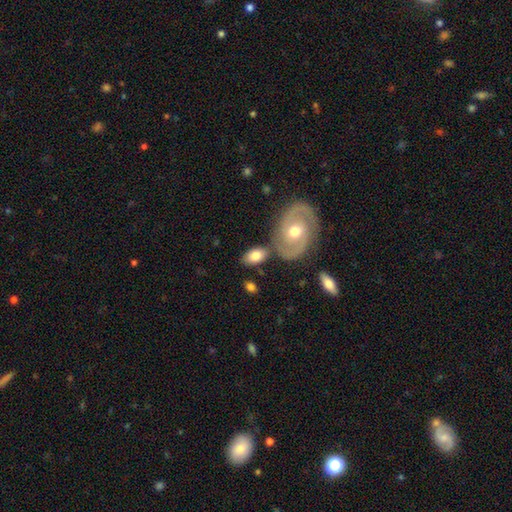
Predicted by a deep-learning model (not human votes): Smooth or featured?
  - smooth: 70% *
  - featured or disk: 24%
  - star or artifact: 6%
How rounded?
  - in between: 91% *
  - round: 7%
  - cigar-shaped: 2%
Merging?
  - none: 66% *
  - merger: 15%
  - minor disturbance: 14%
  - major disturbance: 4%